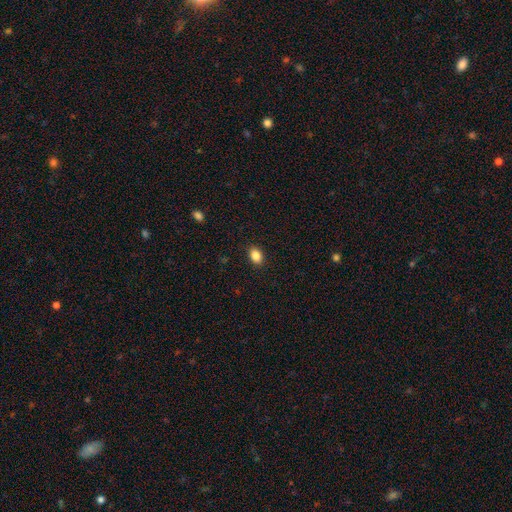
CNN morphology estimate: This appears to be a smooth galaxy with no disk features (87%) that is in between round and cigar-shaped (78%). Merging: none (90%).